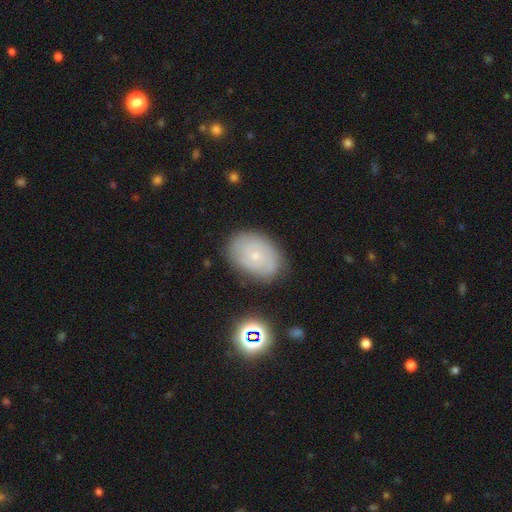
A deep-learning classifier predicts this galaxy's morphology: Smooth or featured? featured or disk (55%)
Edge-on disk? no (96%)
Bar? no (80%)
Spiral arms? yes (80%)
Bulge size? small (77%)
Merging? none (78%)